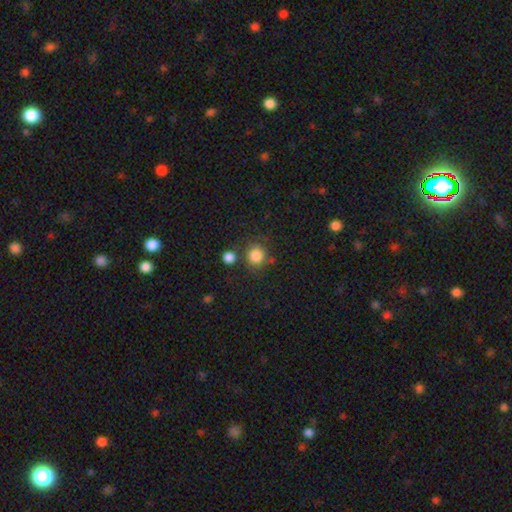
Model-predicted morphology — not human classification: Smooth or featured: smooth — 84% (star or artifact — 10%)
How rounded: round — 89% (in between — 10%)
Merging: none — 73% (merger — 12%)